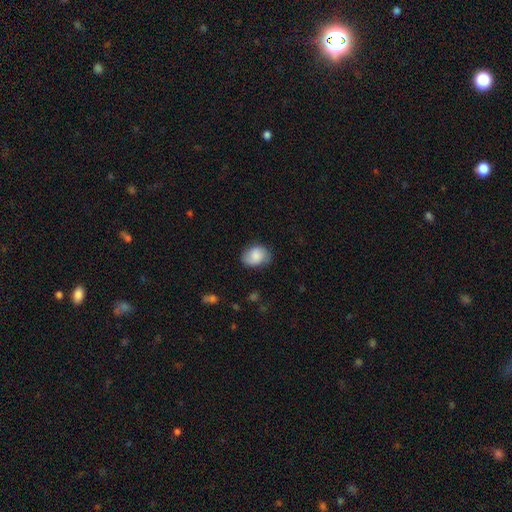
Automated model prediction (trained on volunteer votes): Smooth or featured: smooth — 80% (featured or disk — 13%)
How rounded: in between — 60% (round — 39%)
Merging: none — 70% (minor disturbance — 23%)